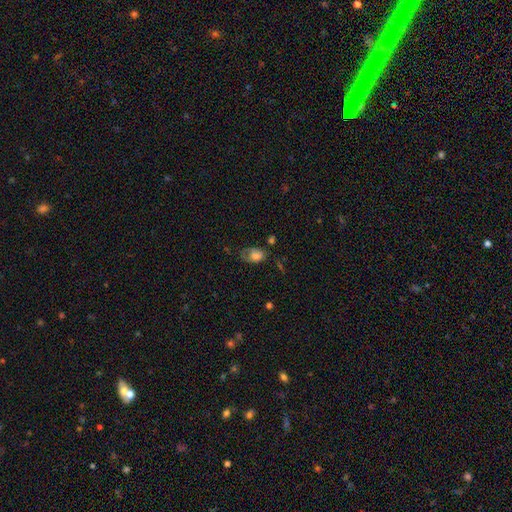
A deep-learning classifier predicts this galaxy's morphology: This is likely a smooth galaxy (67%). How rounded: clearly in between (83%). Merging: marginally none (35%).